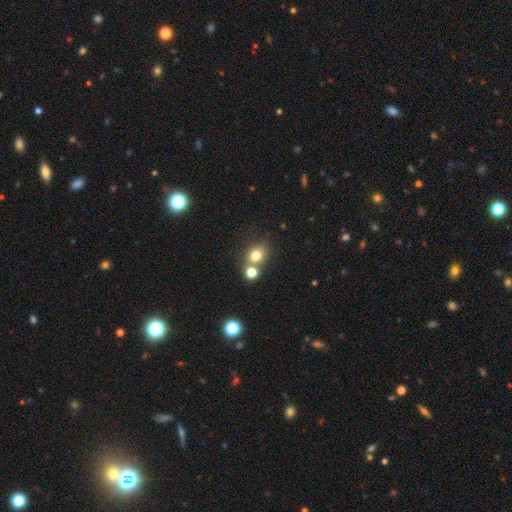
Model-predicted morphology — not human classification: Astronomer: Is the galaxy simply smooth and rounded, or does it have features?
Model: smooth — 77%.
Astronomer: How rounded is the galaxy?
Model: round — 63%.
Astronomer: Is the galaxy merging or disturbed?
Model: none — 56%.